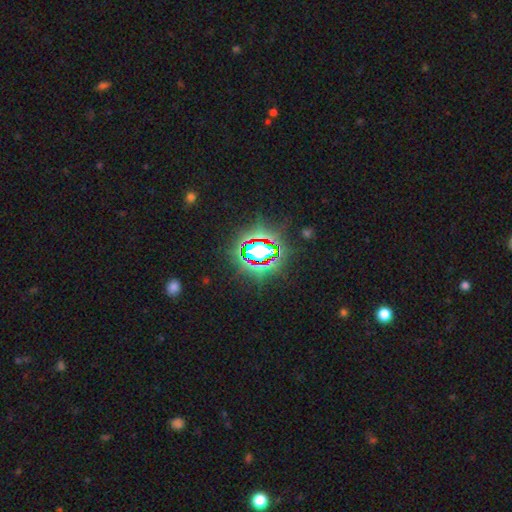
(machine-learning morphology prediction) This appears to be a star or artifact, not a galaxy (84%).